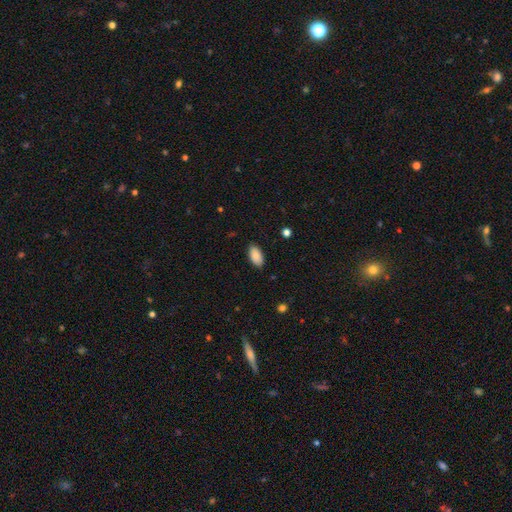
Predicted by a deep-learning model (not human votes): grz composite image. It shows a smooth galaxy with no disk features (89%) that is in between round and cigar-shaped (95%). Merging: none (87%).